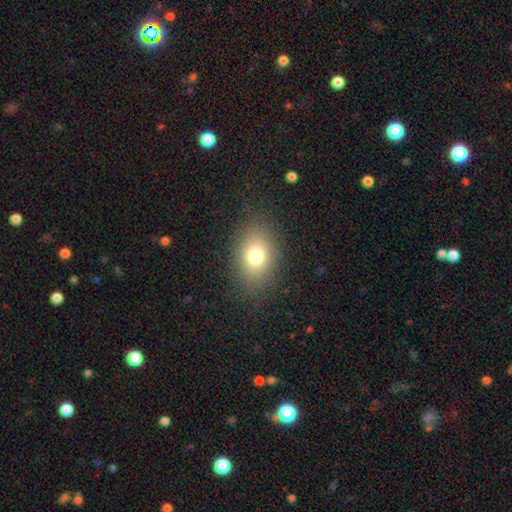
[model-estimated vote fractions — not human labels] This appears to be a smooth galaxy with no disk features (76%) that is in between round and cigar-shaped (76%). Merging: none (84%).